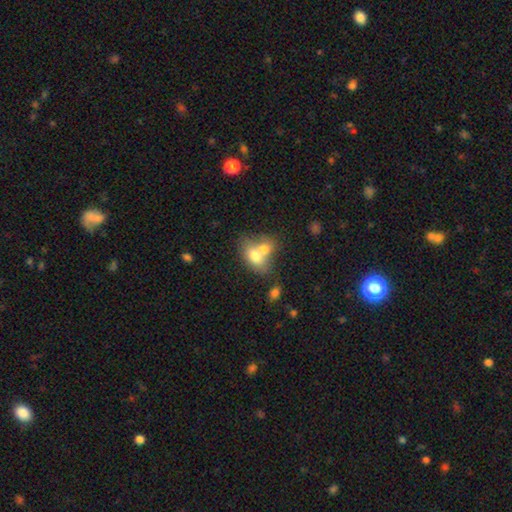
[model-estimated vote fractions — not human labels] Q: Smooth or featured?
A: smooth (71%); runner-up: featured or disk (21%)
Q: How rounded?
A: in between (76%); runner-up: round (22%)
Q: Merging?
A: merger (65%); runner-up: none (24%)